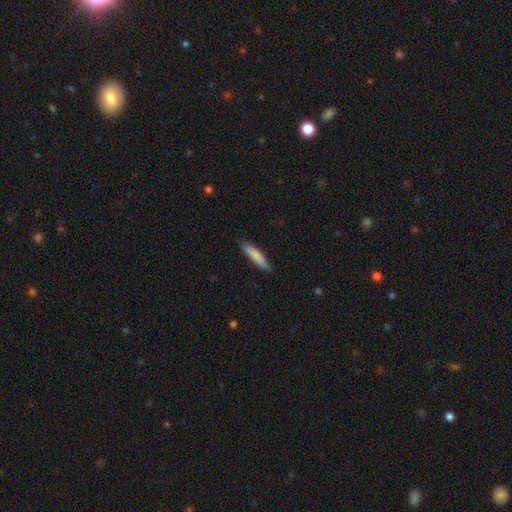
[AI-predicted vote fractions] smooth-or-featured: smooth: 83% | featured or disk: 12% | star or artifact: 5%
  how-rounded: cigar-shaped: 78% | in between: 20% | round: 1%
  merging: none: 86% | minor disturbance: 12% | major disturbance: 2% | merger: 1%